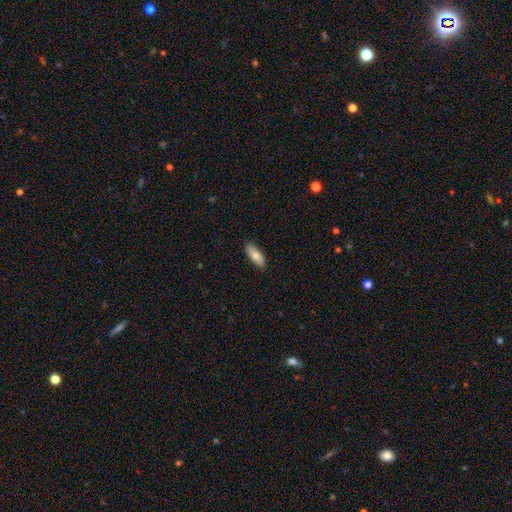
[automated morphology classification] smooth-or-featured: smooth: 80% | featured or disk: 14% | star or artifact: 6%
  how-rounded: in between: 69% | cigar-shaped: 29% | round: 2%
  merging: none: 89% | minor disturbance: 9% | major disturbance: 2% | merger: 1%